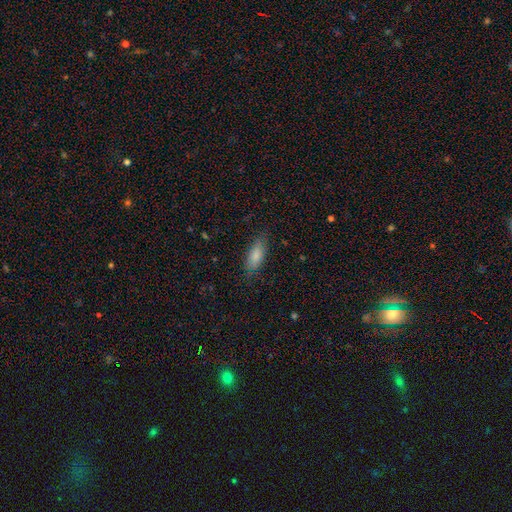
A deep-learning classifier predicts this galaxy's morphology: Smooth or featured?
  - smooth: 83% *
  - featured or disk: 10%
  - star or artifact: 7%
How rounded?
  - in between: 74% *
  - cigar-shaped: 24%
  - round: 2%
Merging?
  - none: 79% *
  - minor disturbance: 16%
  - major disturbance: 4%
  - merger: 1%